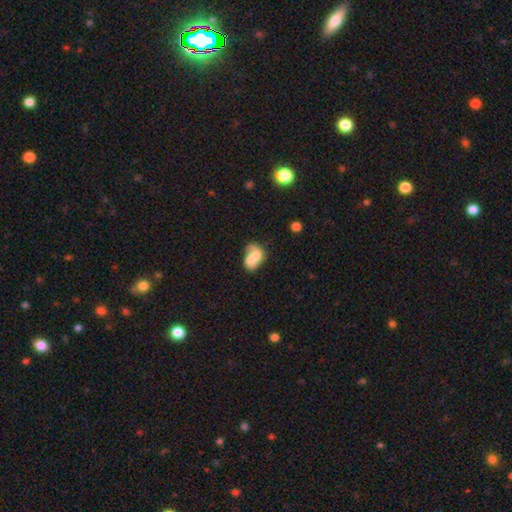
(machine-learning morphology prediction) A smooth galaxy with no disk features (58%) that is in between round and cigar-shaped (82%). Merging: merger (44%).